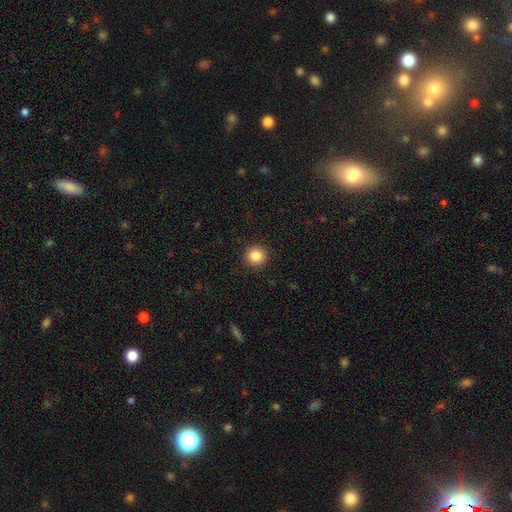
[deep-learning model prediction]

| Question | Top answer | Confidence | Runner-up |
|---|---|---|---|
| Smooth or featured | smooth | 86% | star or artifact (10%) |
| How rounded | round | 95% | in between (4%) |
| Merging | none | 92% | minor disturbance (5%) |